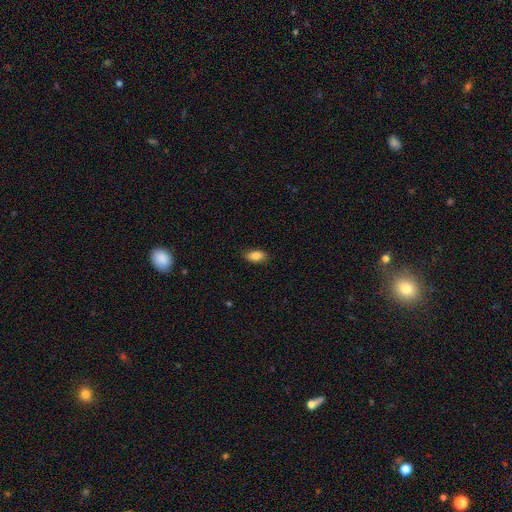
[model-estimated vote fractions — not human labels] The model was most divided on "merging": none: 85%, minor disturbance: 12%, major disturbance: 2%, merger: 1%. More confident: how rounded — in between (90%); smooth or featured — smooth (83%).